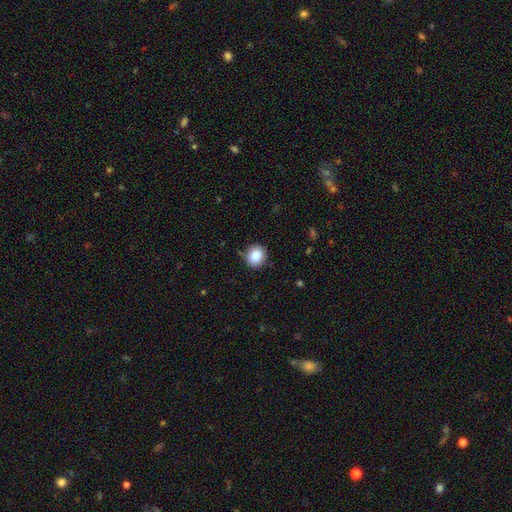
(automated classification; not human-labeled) This appears to be a smooth galaxy with no disk features (85%) that is round (87%). Merging: none (87%).